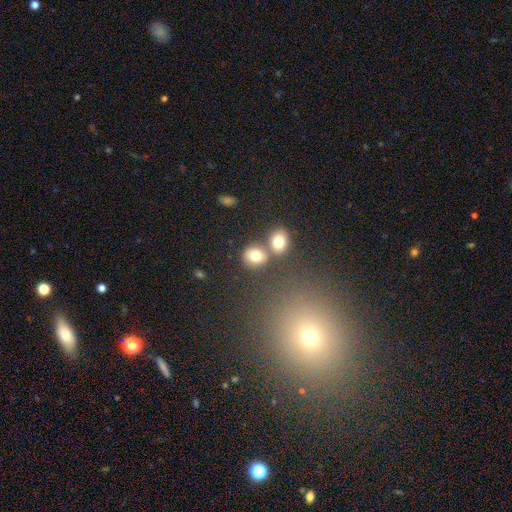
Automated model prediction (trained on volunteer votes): Q: Smooth or featured?
A: smooth (78%); runner-up: star or artifact (12%)
Q: How rounded?
A: round (66%); runner-up: in between (32%)
Q: Merging?
A: none (60%); runner-up: merger (26%)